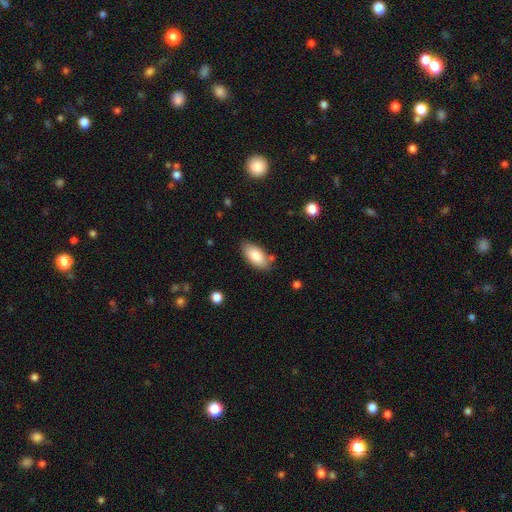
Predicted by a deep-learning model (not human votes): This is clearly a smooth galaxy (84%). How rounded: clearly in between (92%). Merging: likely none (78%).